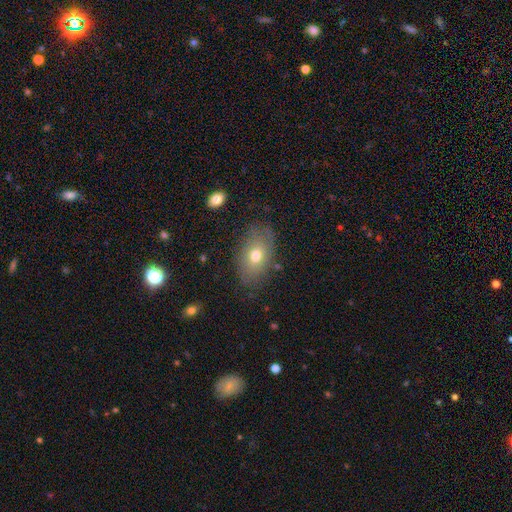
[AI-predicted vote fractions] Smooth or featured? smooth (67%)
How rounded? in between (88%)
Merging? none (78%)